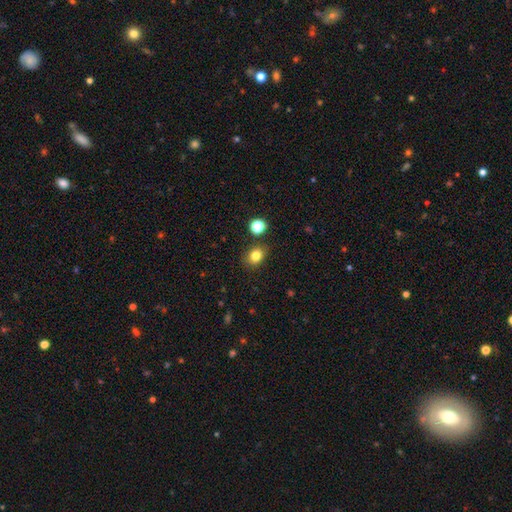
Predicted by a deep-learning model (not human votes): This appears to be a smooth galaxy with no disk features (81%) that is in between round and cigar-shaped (52%). Merging: none (82%).